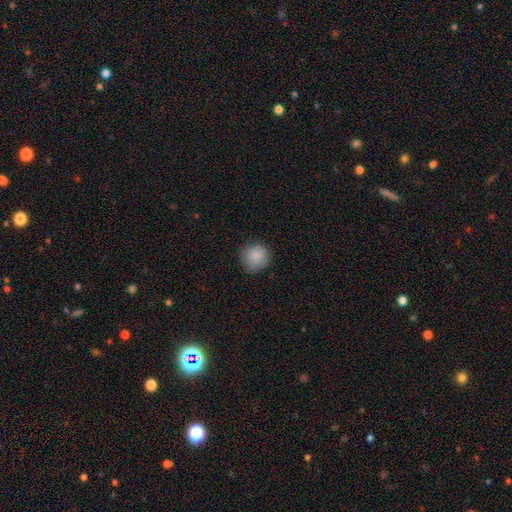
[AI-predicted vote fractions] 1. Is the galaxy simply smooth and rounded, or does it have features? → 88% smooth, 9% star or artifact, 4% featured or disk.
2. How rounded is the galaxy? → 90% round, 9% in between, 1% cigar-shaped.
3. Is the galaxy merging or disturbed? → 82% none, 14% minor disturbance, 3% major disturbance, 1% merger.